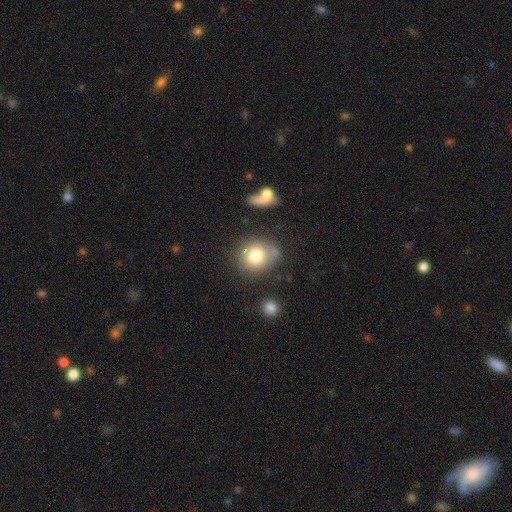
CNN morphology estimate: smooth-or-featured: smooth: 78% | featured or disk: 12% | star or artifact: 10%
  how-rounded: round: 80% | in between: 19% | cigar-shaped: 1%
  merging: none: 64% | minor disturbance: 17% | merger: 12% | major disturbance: 6%